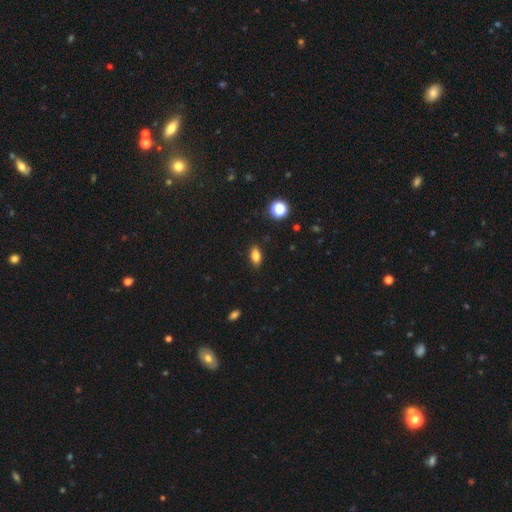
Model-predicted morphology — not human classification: A smooth galaxy with no disk features (82%) that is in between round and cigar-shaped (85%).

Vote fractions:
- Smooth or featured? smooth: 82% / star or artifact: 10% / featured or disk: 8%
- How rounded? in between: 85% / cigar-shaped: 8% / round: 7%
- Merging? none: 87% / minor disturbance: 10% / major disturbance: 2% / merger: 1%